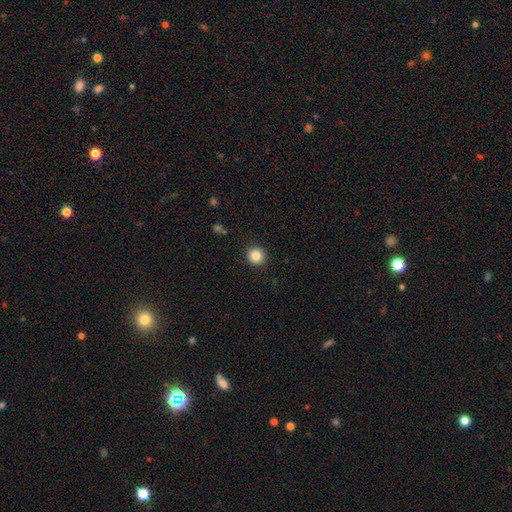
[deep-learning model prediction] This is clearly a smooth galaxy (86%). How rounded: clearly round (91%). Merging: clearly none (91%).